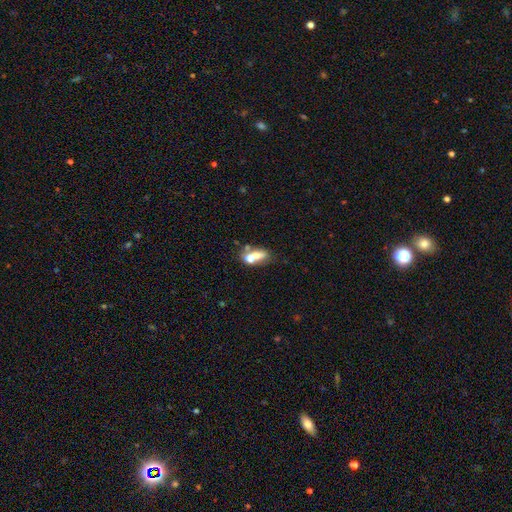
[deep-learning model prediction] The model was most divided on "merging": merger: 48%, none: 32%, minor disturbance: 11%, major disturbance: 8%. More confident: how rounded — in between (70%); smooth or featured — smooth (60%).